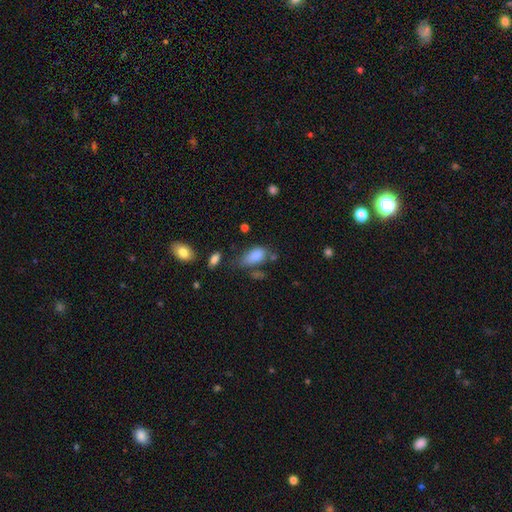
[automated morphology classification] This appears to be a smooth galaxy with no disk features (82%) that is in between round and cigar-shaped (89%). Merging: none (43%).